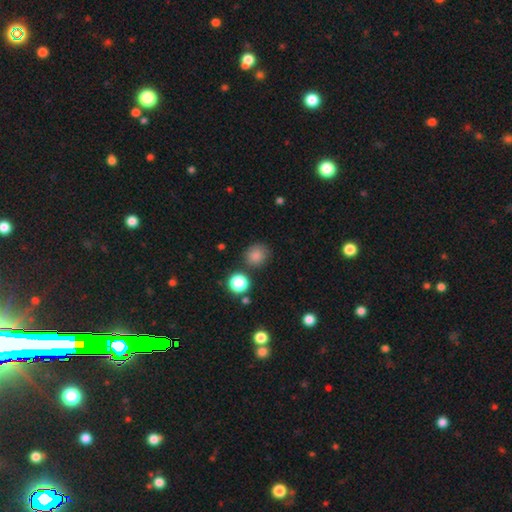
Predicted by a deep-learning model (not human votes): smooth_or_featured: smooth (p=0.83) [alt: star or artifact p=0.13]
how_rounded: round (p=0.85) [alt: in between p=0.14]
merging: none (p=0.80) [alt: minor disturbance p=0.11]